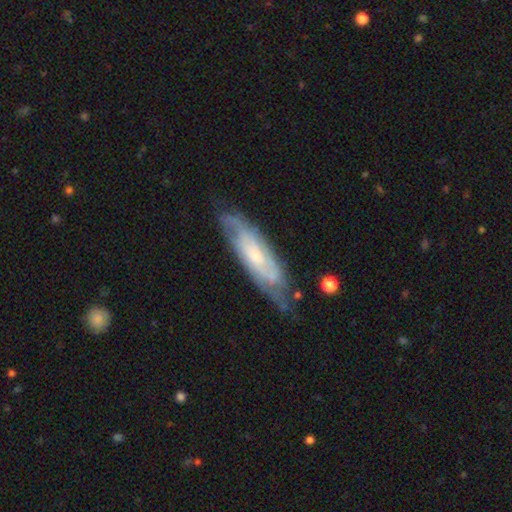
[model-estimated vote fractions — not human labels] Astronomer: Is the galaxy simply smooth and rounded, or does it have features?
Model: featured or disk — 71%.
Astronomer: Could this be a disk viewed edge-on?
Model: no — 77%.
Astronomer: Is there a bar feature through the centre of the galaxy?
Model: no — 66%.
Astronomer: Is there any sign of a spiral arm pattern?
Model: yes — 88%.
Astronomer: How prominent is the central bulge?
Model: small — 62%.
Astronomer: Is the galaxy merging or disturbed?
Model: none — 68%.